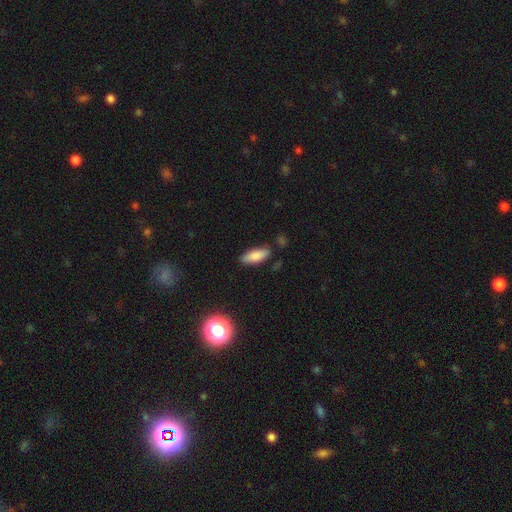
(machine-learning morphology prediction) type=smooth (85%); roundness=in between (74%); merging=none (82%).